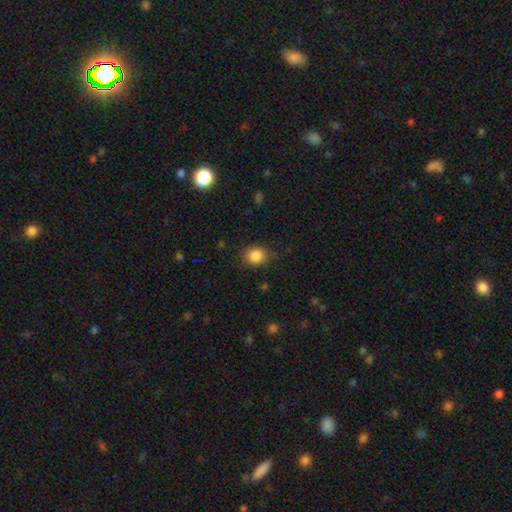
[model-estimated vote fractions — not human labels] Overall: smooth (86%). How rounded: round (67%; in between 32%). Merging: none (80%).